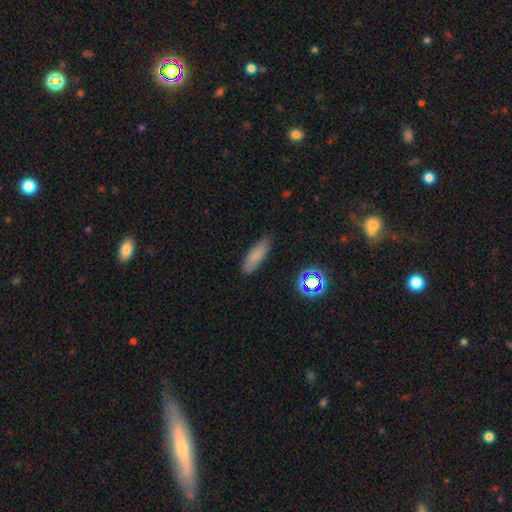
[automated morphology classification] This appears to be a smooth galaxy with no disk features (79%) that is in between round and cigar-shaped (55%). Merging: none (83%).